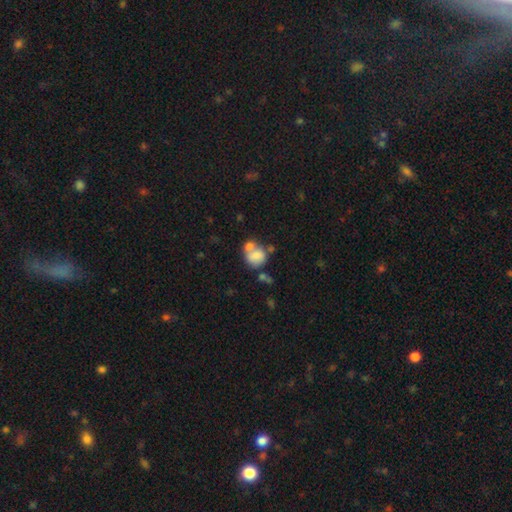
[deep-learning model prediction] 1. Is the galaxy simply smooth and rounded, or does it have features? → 74% smooth, 18% featured or disk, 9% star or artifact.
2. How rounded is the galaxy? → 62% round, 37% in between, 1% cigar-shaped.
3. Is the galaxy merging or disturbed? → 50% merger, 31% none, 12% minor disturbance, 7% major disturbance.